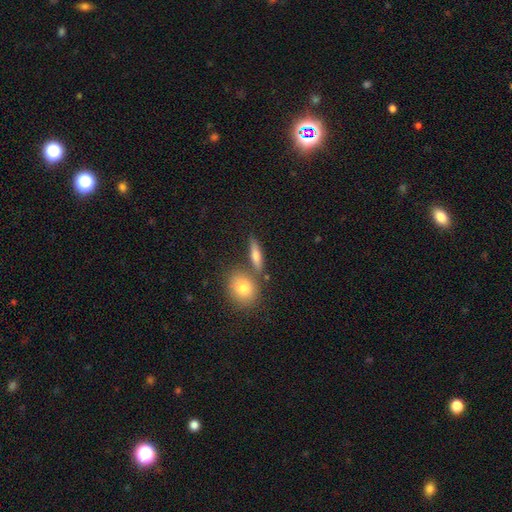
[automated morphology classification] This appears to be a smooth galaxy with no disk features (66%) that is cigar-shaped (51%). Merging: none (70%).